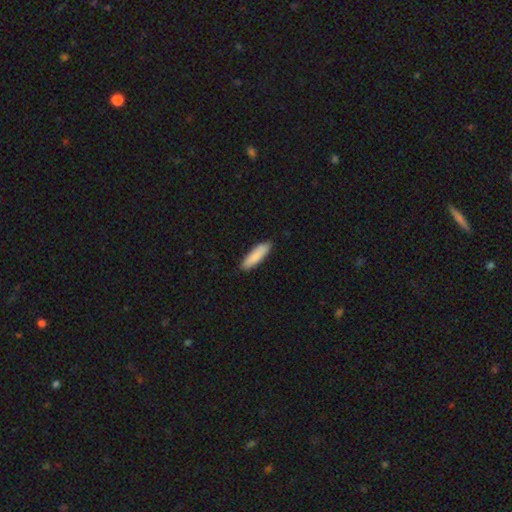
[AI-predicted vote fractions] Smooth or featured: smooth — 88% (featured or disk — 7%)
How rounded: cigar-shaped — 63% (in between — 36%)
Merging: none — 89% (minor disturbance — 9%)